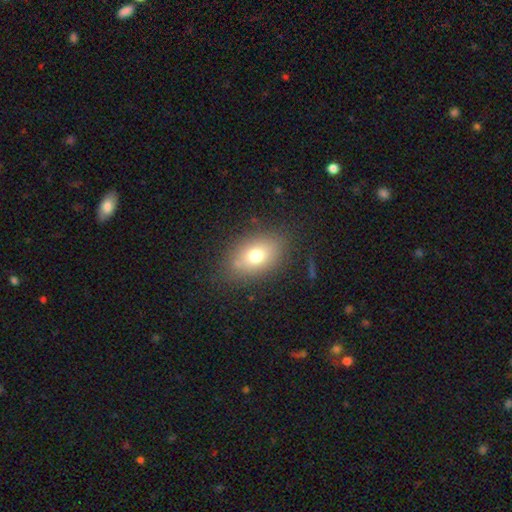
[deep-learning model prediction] This appears to be a smooth galaxy with no disk features (74%) that is in between round and cigar-shaped (81%). Merging: none (79%).